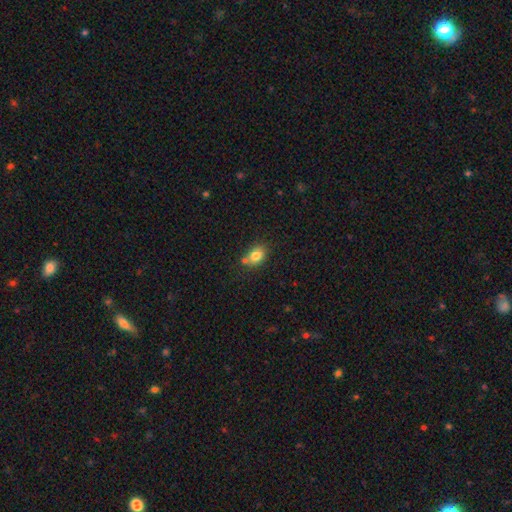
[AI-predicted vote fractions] The model was most divided on "how rounded": in between: 63%, round: 36%, cigar-shaped: 1%. More confident: smooth or featured — smooth (81%); merging — none (63%).